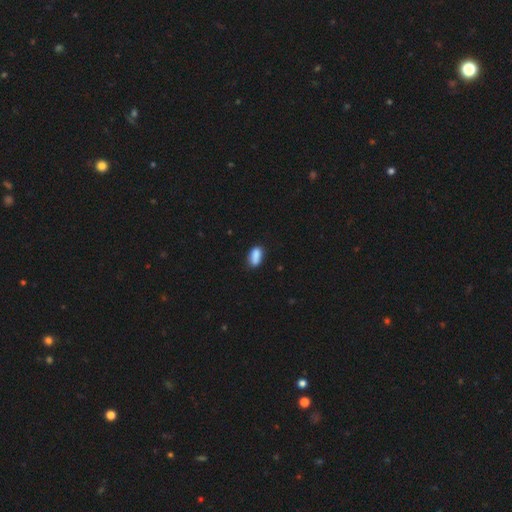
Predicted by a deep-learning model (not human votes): A smooth galaxy with no disk features (86%) that is in between round and cigar-shaped (87%).

Vote fractions:
- Smooth or featured? smooth: 86% / star or artifact: 8% / featured or disk: 6%
- How rounded? in between: 87% / cigar-shaped: 8% / round: 5%
- Merging? none: 71% / minor disturbance: 19% / merger: 7% / major disturbance: 4%